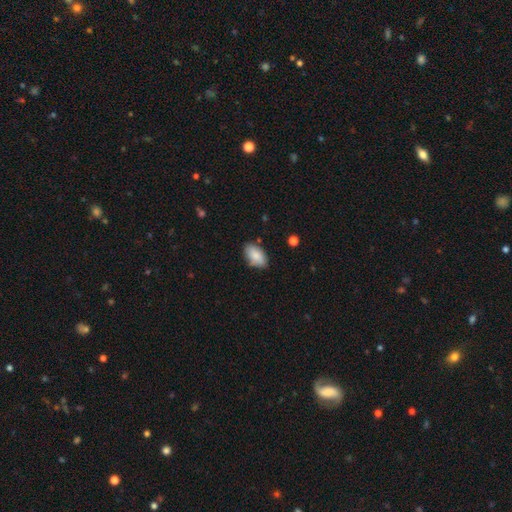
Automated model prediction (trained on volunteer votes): Smooth or featured? smooth (85%)
How rounded? in between (94%)
Merging? none (78%)